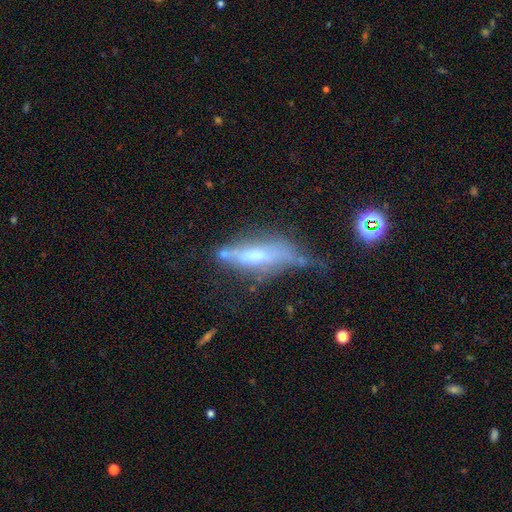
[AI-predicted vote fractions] Morphology: type=featured or disk (50%); merging=none (32%).